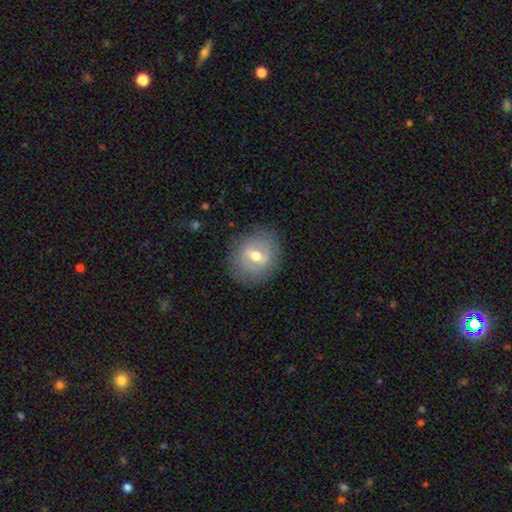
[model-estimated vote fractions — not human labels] This is possibly a featured or disk galaxy (48%). Merging: clearly none (82%).